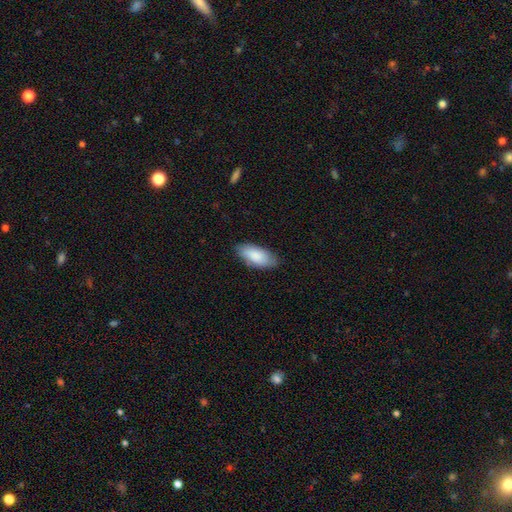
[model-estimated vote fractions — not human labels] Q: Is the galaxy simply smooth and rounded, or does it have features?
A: smooth — 85%.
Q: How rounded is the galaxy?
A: in between — 87%.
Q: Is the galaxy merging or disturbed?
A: none — 80%.